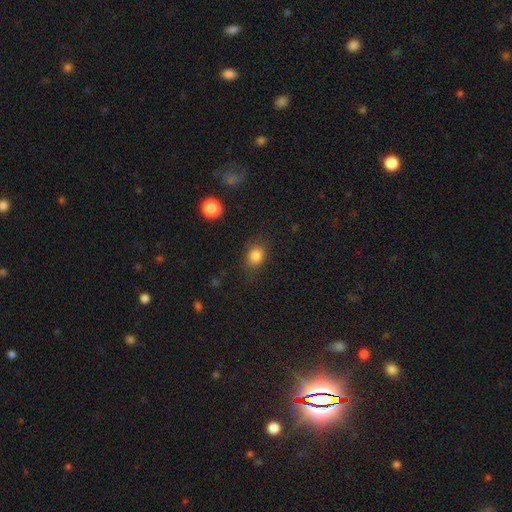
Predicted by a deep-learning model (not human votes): Smooth or featured: smooth — 83% (star or artifact — 11%)
How rounded: round — 58% (in between — 41%)
Merging: none — 78% (minor disturbance — 15%)